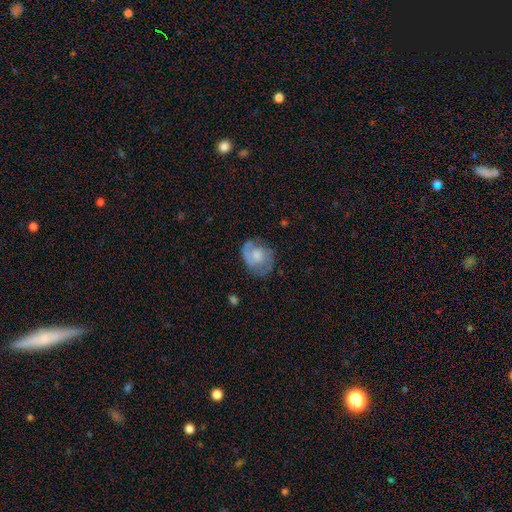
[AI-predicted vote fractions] Smooth or featured?
  - featured or disk: 56% *
  - smooth: 36%
  - star or artifact: 8%
Edge-on disk?
  - no: 97% *
  - yes: 3%
Bar?
  - no: 70% *
  - weak: 26%
  - strong: 4%
Spiral arms?
  - yes: 79% *
  - no: 21%
Bulge size?
  - moderate: 39% *
  - small: 30%
  - none: 16%
  - large: 13%
  - dominant: 2%
Merging?
  - none: 57% *
  - minor disturbance: 25%
  - major disturbance: 16%
  - merger: 2%